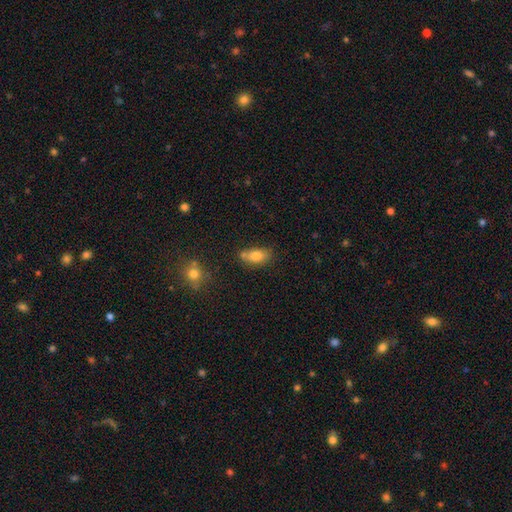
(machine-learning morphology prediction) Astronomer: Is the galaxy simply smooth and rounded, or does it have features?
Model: smooth — 80%.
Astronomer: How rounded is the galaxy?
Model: in between — 86%.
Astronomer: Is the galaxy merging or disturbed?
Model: none — 63%.